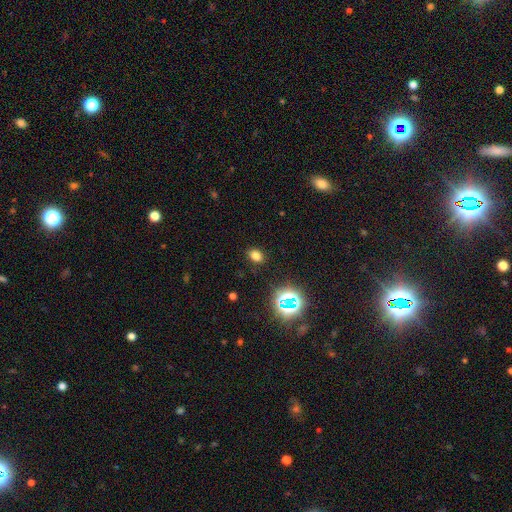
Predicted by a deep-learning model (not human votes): Smooth or featured? Predicted: smooth (p=0.72). How rounded? Predicted: in between (p=0.74). Merging? Predicted: none (p=0.87).